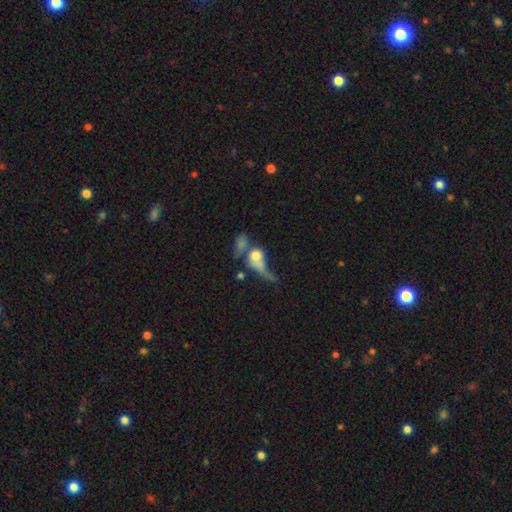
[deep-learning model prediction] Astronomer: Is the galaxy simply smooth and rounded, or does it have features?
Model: smooth — 57% (runner-up: featured or disk, 32%).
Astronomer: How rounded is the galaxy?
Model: in between — 46% (runner-up: round, 43%).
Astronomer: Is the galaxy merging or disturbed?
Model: merger — 43% (runner-up: major disturbance, 31%).